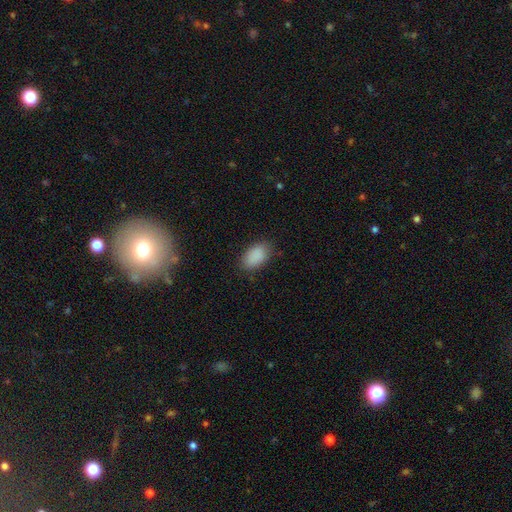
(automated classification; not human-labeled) smooth_or_featured: smooth (p=0.89) [alt: star or artifact p=0.07]
how_rounded: in between (p=0.93) [alt: round p=0.06]
merging: none (p=0.81) [alt: minor disturbance p=0.14]